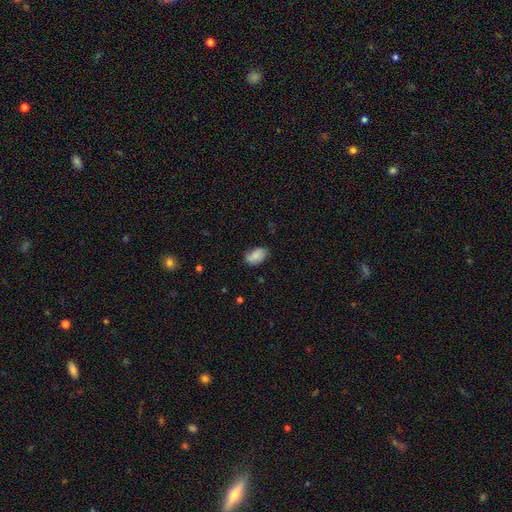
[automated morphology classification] Smooth or featured: smooth — 80% (featured or disk — 12%)
How rounded: in between — 92% (round — 6%)
Merging: none — 68% (minor disturbance — 25%)